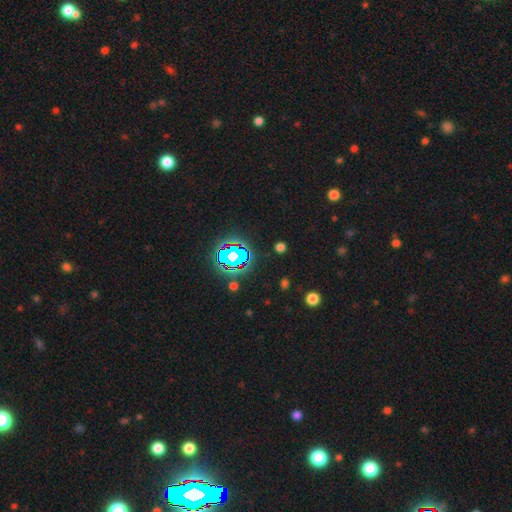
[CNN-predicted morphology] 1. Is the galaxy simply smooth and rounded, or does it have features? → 83% star or artifact, 11% smooth, 7% featured or disk.